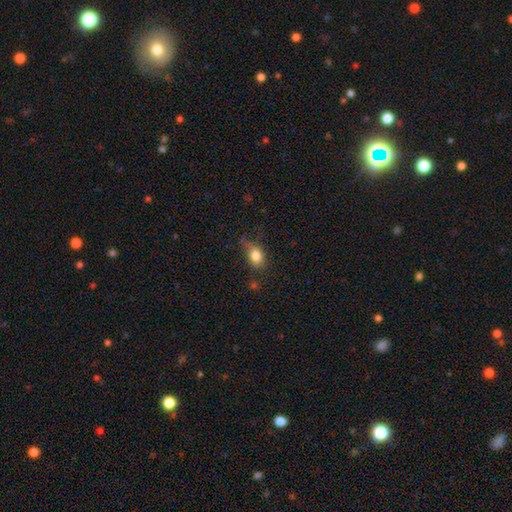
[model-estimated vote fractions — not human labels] Smooth or featured?
  - smooth: 81% *
  - star or artifact: 10%
  - featured or disk: 9%
How rounded?
  - in between: 66% *
  - round: 31%
  - cigar-shaped: 2%
Merging?
  - none: 57% *
  - minor disturbance: 31%
  - major disturbance: 9%
  - merger: 3%